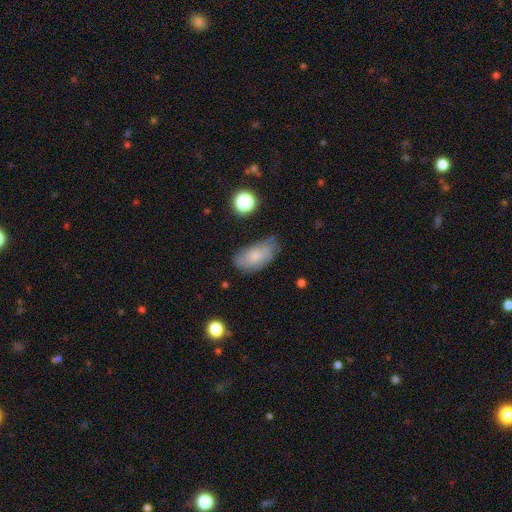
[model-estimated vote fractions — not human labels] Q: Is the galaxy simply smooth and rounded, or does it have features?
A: smooth — 61%.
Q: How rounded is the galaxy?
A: in between — 92%.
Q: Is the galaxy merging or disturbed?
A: none — 60%.